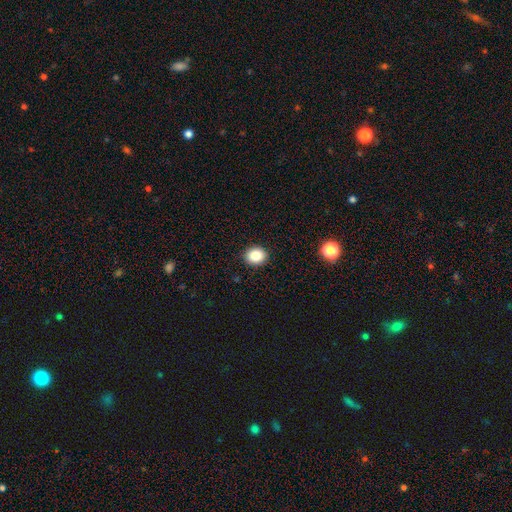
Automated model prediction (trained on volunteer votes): smooth 85%, star or artifact 10%, featured or disk 5%. Down the decision tree: how rounded — round (66%); merging — none (91%).